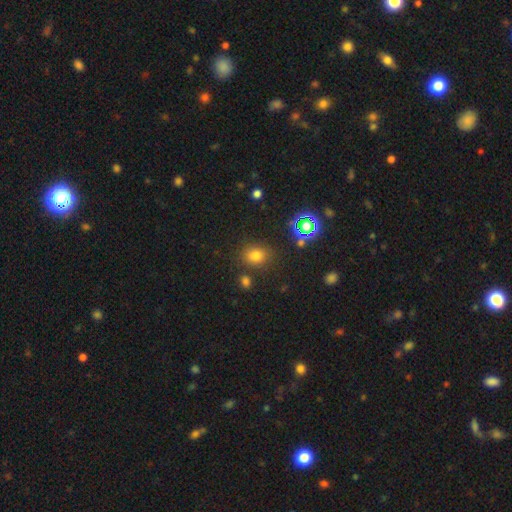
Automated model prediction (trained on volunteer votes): smooth_or_featured: smooth (p=0.72) [alt: star or artifact p=0.21]
how_rounded: round (p=0.53) [alt: in between p=0.45]
merging: none (p=0.79) [alt: minor disturbance p=0.12]